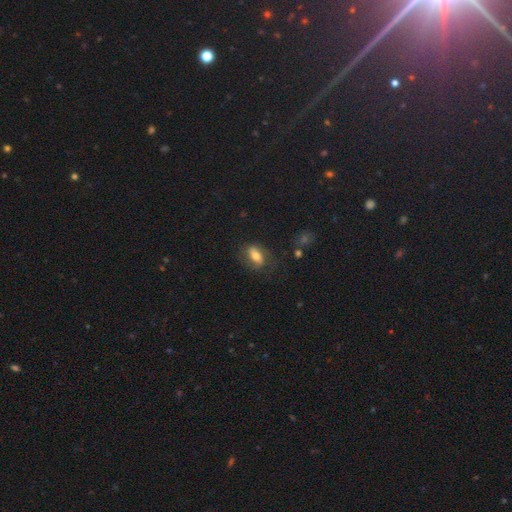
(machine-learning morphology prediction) This is possibly a smooth galaxy (59%). How rounded: clearly in between (82%). Merging: likely none (65%).